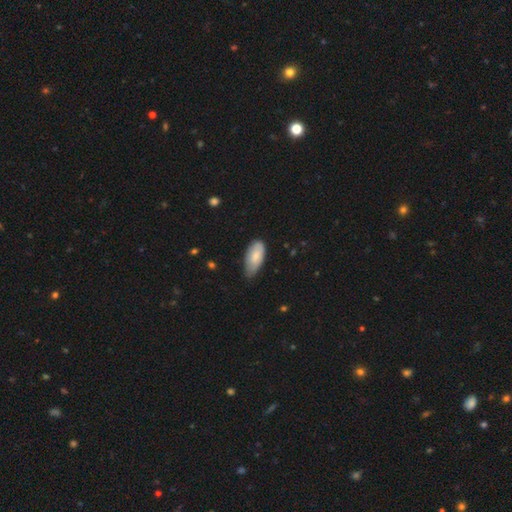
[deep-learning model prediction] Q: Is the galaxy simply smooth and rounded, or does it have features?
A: smooth — 79%.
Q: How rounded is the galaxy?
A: in between — 91%.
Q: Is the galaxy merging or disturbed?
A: none — 51%.